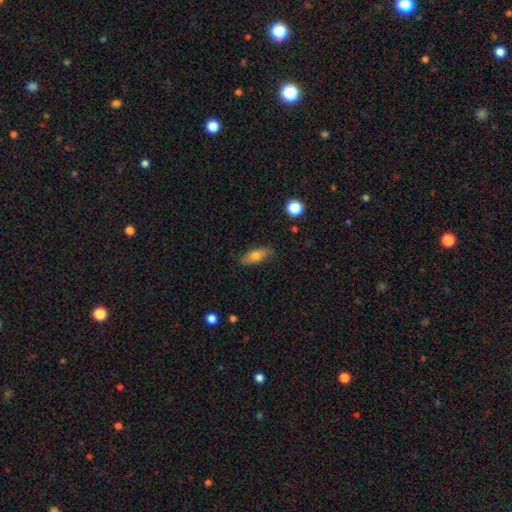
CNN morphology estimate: The model was most divided on "how rounded": in between: 67%, cigar-shaped: 29%, round: 3%. More confident: merging — none (80%); smooth or featured — smooth (70%).